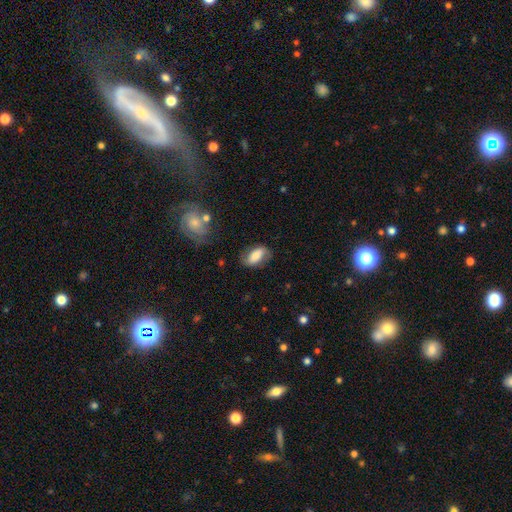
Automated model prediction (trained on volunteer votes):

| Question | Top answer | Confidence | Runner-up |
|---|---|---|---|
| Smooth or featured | smooth | 65% | featured or disk (27%) |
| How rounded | in between | 89% | cigar-shaped (6%) |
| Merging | none | 71% | minor disturbance (20%) |